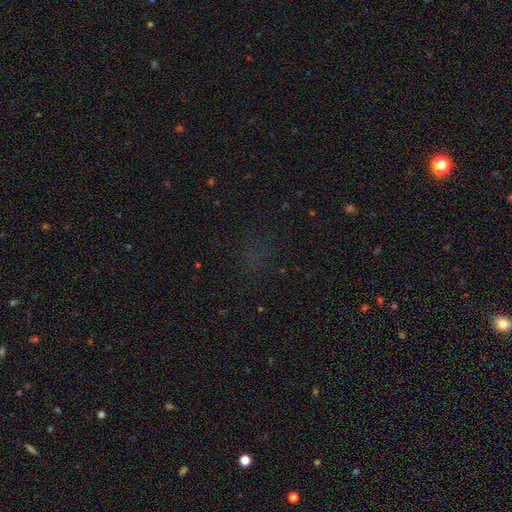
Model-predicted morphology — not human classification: star or artifact 57%, smooth 32%, featured or disk 11%.